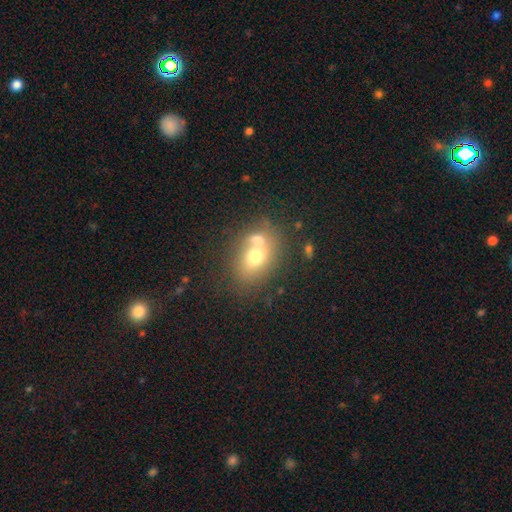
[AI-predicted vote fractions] smooth_or_featured: smooth (p=0.67) [alt: featured or disk p=0.22]
how_rounded: in between (p=0.64) [alt: round p=0.35]
merging: merger (p=0.50) [alt: none p=0.35]